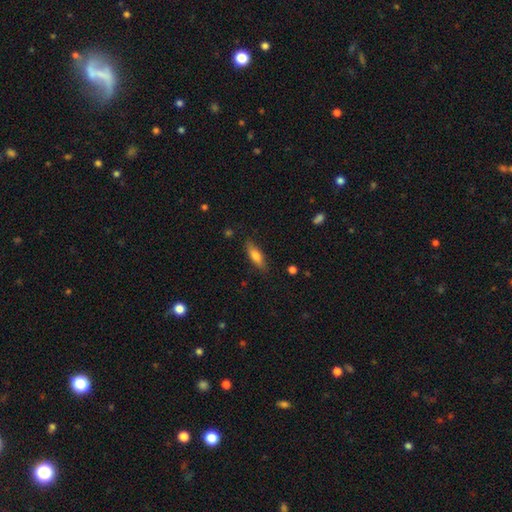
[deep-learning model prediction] smooth_or_featured: smooth (p=0.69) [alt: featured or disk p=0.24]
how_rounded: cigar-shaped (p=0.51) [alt: in between p=0.47]
merging: none (p=0.84) [alt: minor disturbance p=0.12]